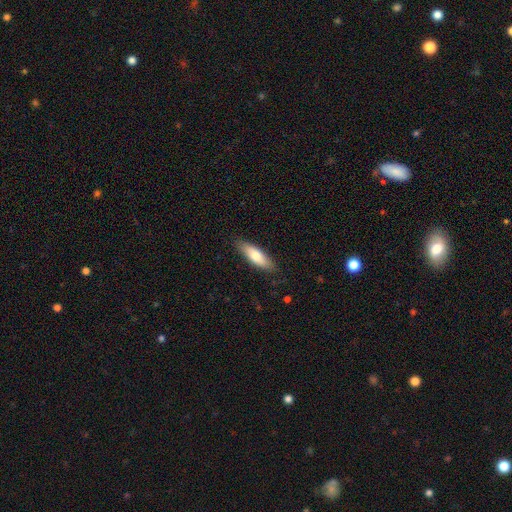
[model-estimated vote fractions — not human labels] A smooth galaxy with no disk features (72%) that is in between round and cigar-shaped (52%). Merging: none (84%).